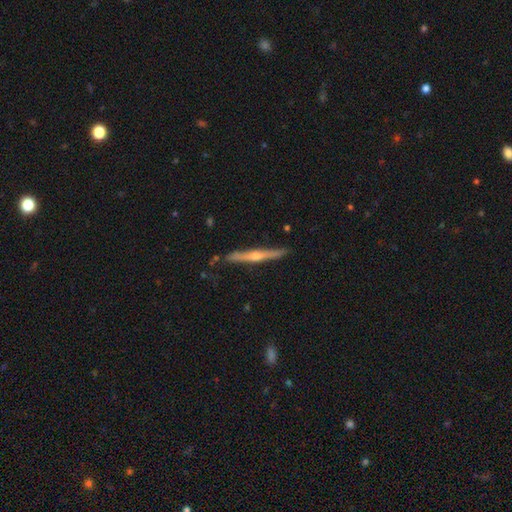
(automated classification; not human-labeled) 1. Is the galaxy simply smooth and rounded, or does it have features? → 74% featured or disk, 21% smooth, 5% star or artifact.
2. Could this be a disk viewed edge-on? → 98% yes, 2% no.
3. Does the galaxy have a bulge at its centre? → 86% rounded, 10% none, 4% boxy.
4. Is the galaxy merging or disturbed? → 86% none, 10% minor disturbance, 2% merger, 2% major disturbance.